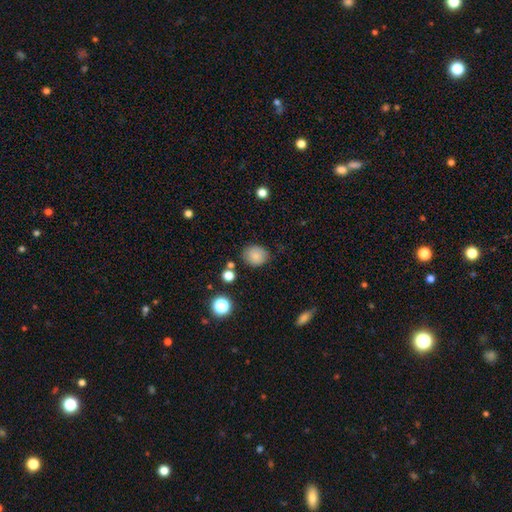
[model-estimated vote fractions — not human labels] Morphology: type=smooth (82%); roundness=round (71%); merging=none (79%).